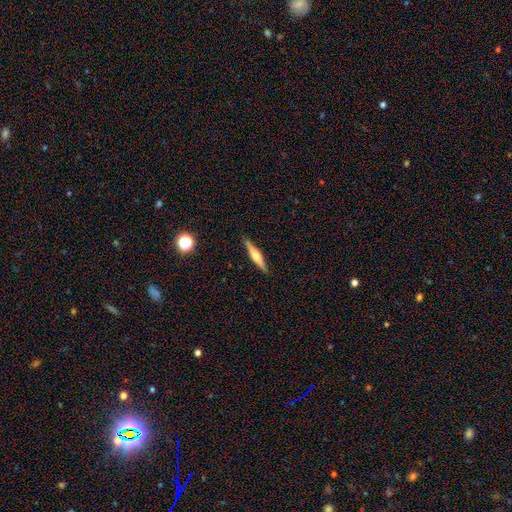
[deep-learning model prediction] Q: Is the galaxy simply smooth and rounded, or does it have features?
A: featured or disk — 65%.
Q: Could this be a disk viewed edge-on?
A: yes — 97%.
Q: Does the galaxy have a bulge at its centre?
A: rounded — 90%.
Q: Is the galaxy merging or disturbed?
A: none — 90%.